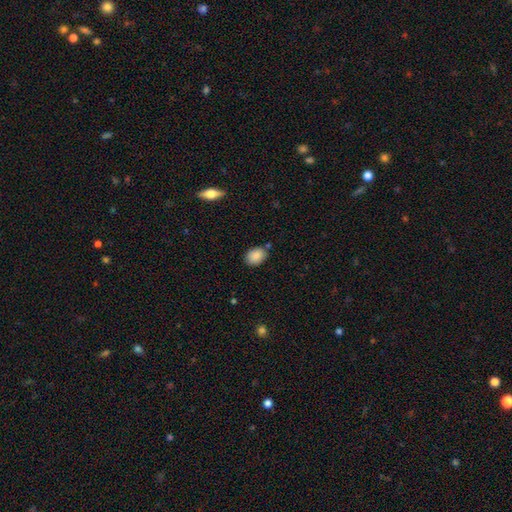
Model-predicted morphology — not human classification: smooth 89%, star or artifact 8%, featured or disk 4%. Down the decision tree: how rounded — in between (76%); merging — none (77%).